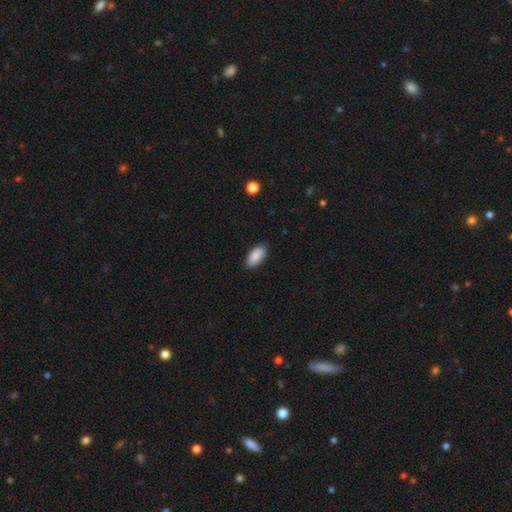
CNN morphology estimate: type=smooth (89%); roundness=in between (93%); merging=none (87%).